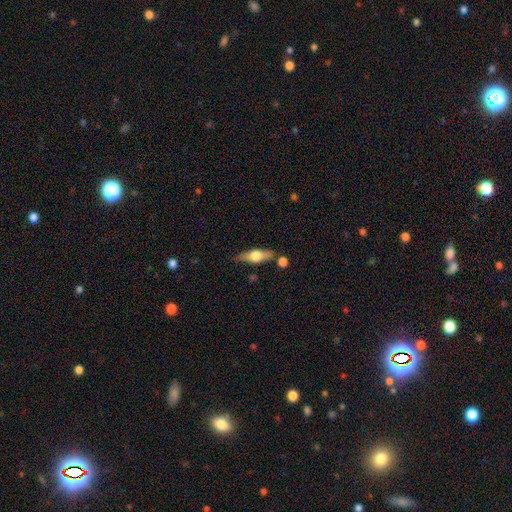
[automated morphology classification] Smooth or featured? featured or disk (51%)
Edge-on disk? yes (91%)
Merging? none (77%)